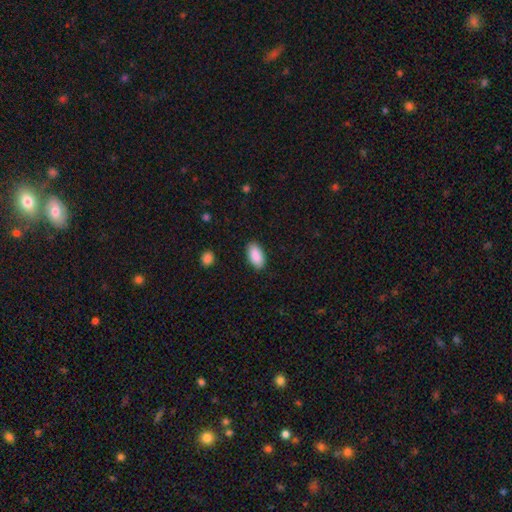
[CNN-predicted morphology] The model was most divided on "merging": none: 88%, minor disturbance: 8%, major disturbance: 2%, merger: 1%. More confident: how rounded — in between (94%); smooth or featured — smooth (90%).